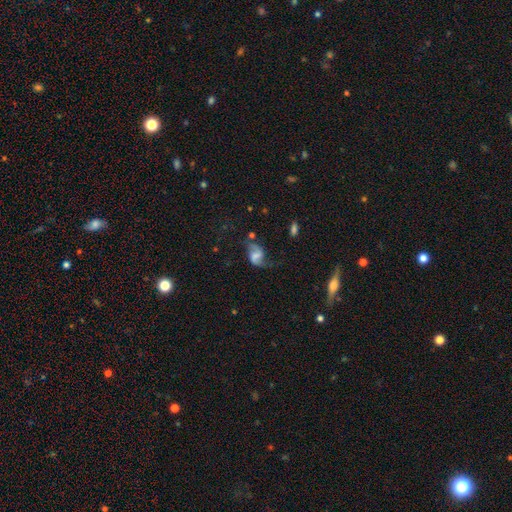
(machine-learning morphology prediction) type=featured or disk (69%); edge-on=no (97%); bar=weak (45%); spiral arms=yes (90%); winding=loose (71%); arm count=2 (87%); bulge=none (34%); merging=none (51%).